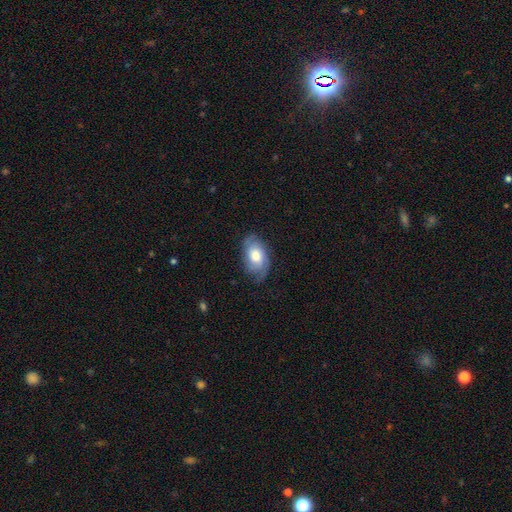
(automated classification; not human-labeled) smooth_or_featured: featured or disk (p=0.50) [alt: smooth p=0.43]
disk_edge_on: no (p=0.93) [alt: yes p=0.07]
merging: none (p=0.70) [alt: minor disturbance p=0.22]